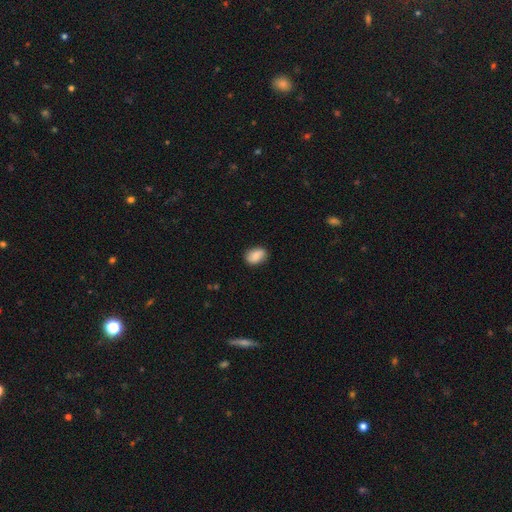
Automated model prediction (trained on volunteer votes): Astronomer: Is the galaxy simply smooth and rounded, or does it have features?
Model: smooth — 82%.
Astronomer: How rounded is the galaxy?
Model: in between — 80%.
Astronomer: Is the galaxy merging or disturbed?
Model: none — 81%.